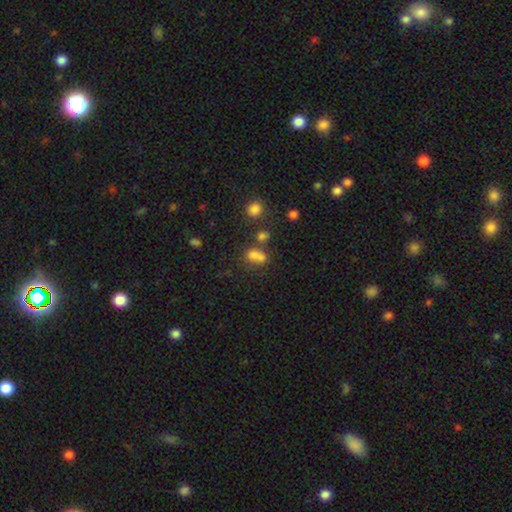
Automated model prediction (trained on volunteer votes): A smooth galaxy with no disk features (68%) that is round (56%).

Vote fractions:
- Smooth or featured? smooth: 68% / star or artifact: 18% / featured or disk: 14%
- How rounded? round: 56% / in between: 42% / cigar-shaped: 2%
- Merging? merger: 53% / none: 31% / minor disturbance: 9% / major disturbance: 6%